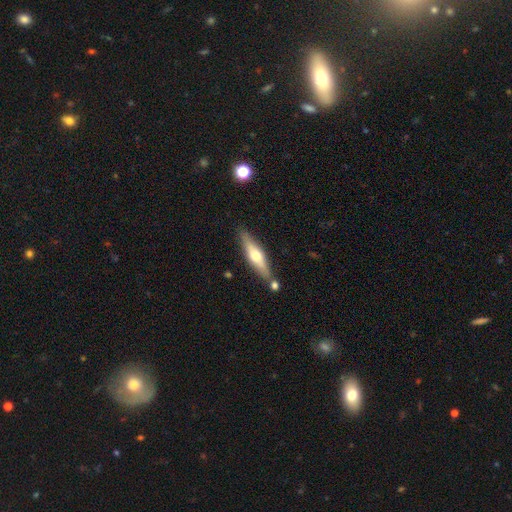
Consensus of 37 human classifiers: This appears to be a featured or disk galaxy (70%) viewed edge-on (92%) with a rounded central bulge (88%). Merging: none (62%).